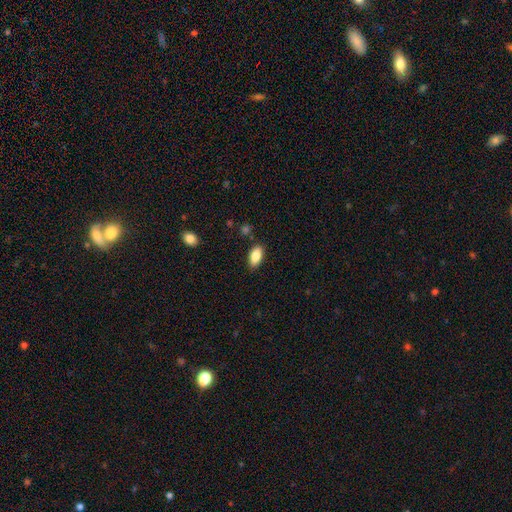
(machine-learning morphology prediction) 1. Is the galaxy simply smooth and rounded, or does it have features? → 86% smooth, 7% star or artifact, 7% featured or disk.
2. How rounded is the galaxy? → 90% in between, 7% cigar-shaped, 3% round.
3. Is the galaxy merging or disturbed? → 84% none, 12% minor disturbance, 2% major disturbance, 2% merger.